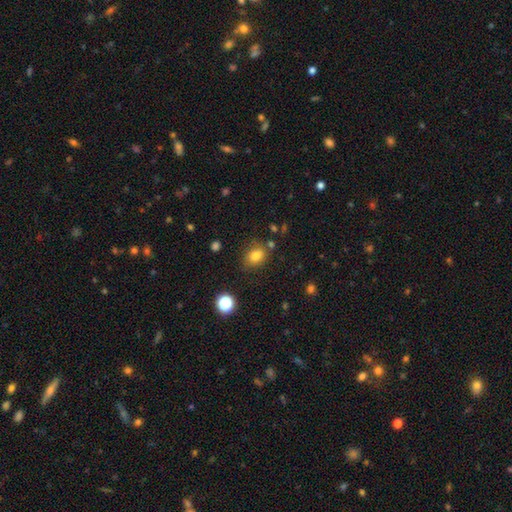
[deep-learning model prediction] Smooth or featured?
  - smooth: 78% *
  - star or artifact: 13%
  - featured or disk: 8%
How rounded?
  - in between: 59% *
  - round: 40%
  - cigar-shaped: 1%
Merging?
  - none: 73% *
  - minor disturbance: 16%
  - merger: 7%
  - major disturbance: 5%